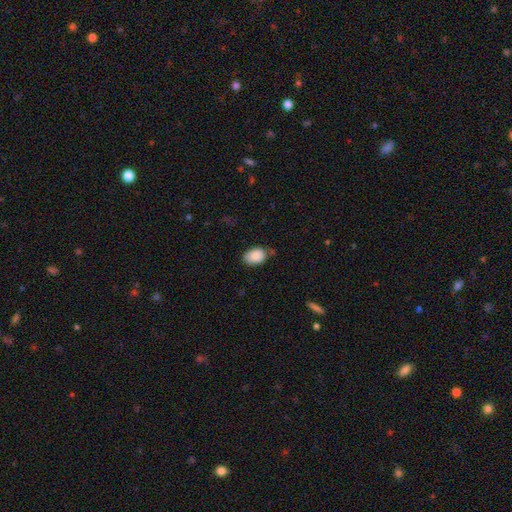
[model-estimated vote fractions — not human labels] smooth_or_featured: smooth (p=0.87) [alt: star or artifact p=0.07]
how_rounded: in between (p=0.85) [alt: round p=0.14]
merging: none (p=0.69) [alt: minor disturbance p=0.23]